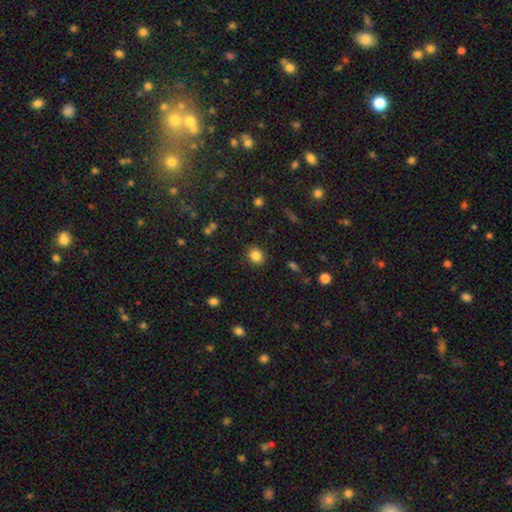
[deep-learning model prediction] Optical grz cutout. It shows a smooth galaxy with no disk features (84%) that is round (64%). Merging: none (87%).